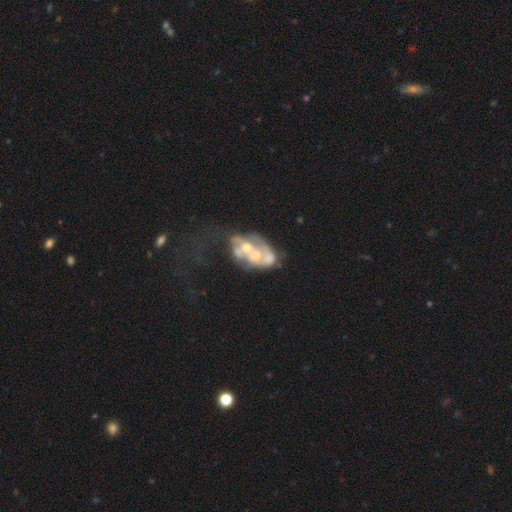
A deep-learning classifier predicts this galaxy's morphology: Smooth or featured? Predicted: featured or disk (p=0.70). Edge-on disk? Predicted: no (p=0.97). Bar? Predicted: no (p=0.87). Spiral arms? Predicted: no (p=0.80). Bulge size? Predicted: moderate (p=0.62). Merging? Predicted: merger (p=0.64).